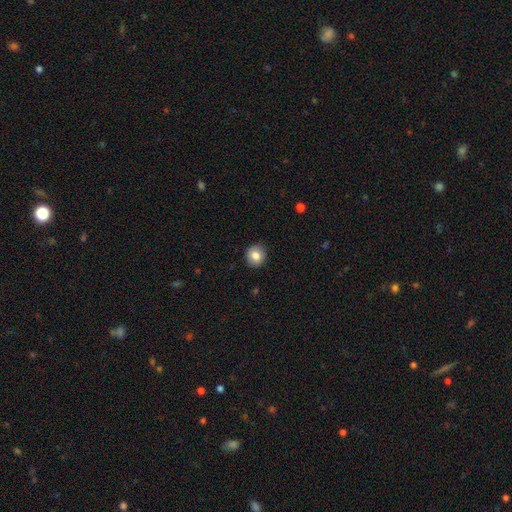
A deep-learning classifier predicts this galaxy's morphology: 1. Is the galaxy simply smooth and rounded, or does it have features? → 83% smooth, 9% featured or disk, 9% star or artifact.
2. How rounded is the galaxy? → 87% round, 12% in between, 1% cigar-shaped.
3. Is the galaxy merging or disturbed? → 90% none, 8% minor disturbance, 2% major disturbance, 1% merger.